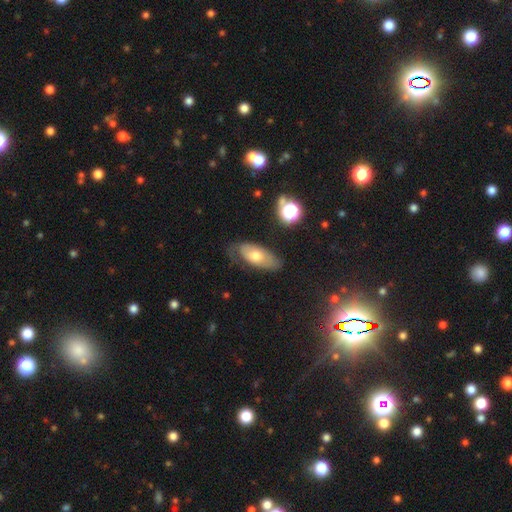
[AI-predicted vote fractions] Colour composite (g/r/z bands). It shows a smooth galaxy with no disk features (59%) that is in between round and cigar-shaped (86%). Merging: none (57%).